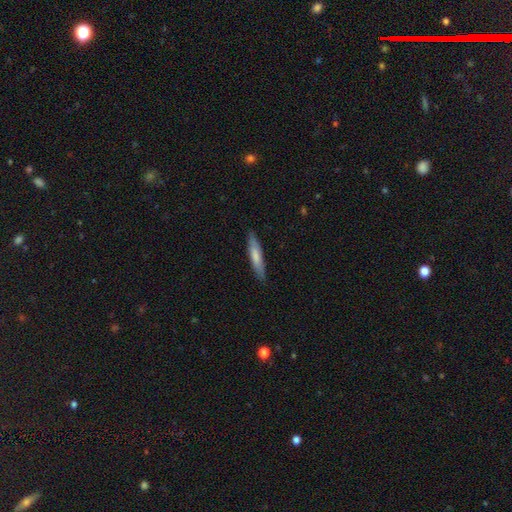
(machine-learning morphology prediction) A smooth galaxy with no disk features (71%) that is cigar-shaped (87%).

Vote fractions:
- Smooth or featured? smooth: 71% / featured or disk: 24% / star or artifact: 5%
- How rounded? cigar-shaped: 87% / in between: 12% / round: 1%
- Merging? none: 87% / minor disturbance: 10% / major disturbance: 2% / merger: 1%